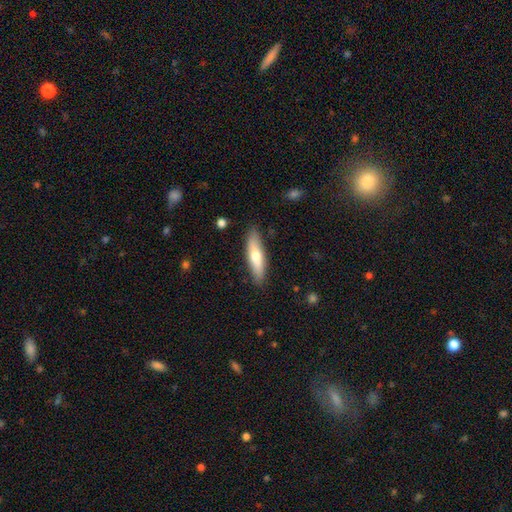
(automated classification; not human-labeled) This appears to be a smooth galaxy with no disk features (60%) that is cigar-shaped (67%). Merging: none (86%).